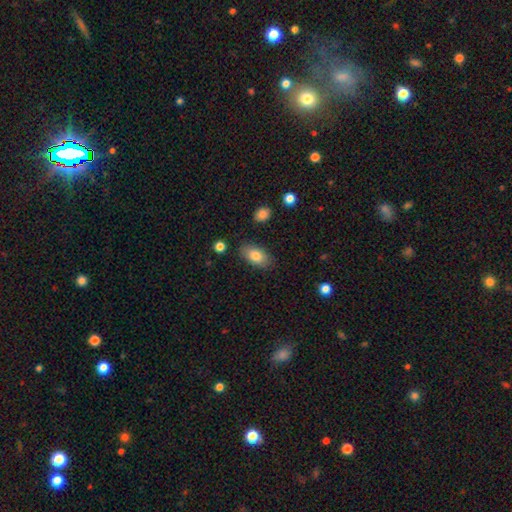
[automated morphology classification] smooth 81%, featured or disk 12%, star or artifact 7%. Down the decision tree: how rounded — in between (91%); merging — none (84%).